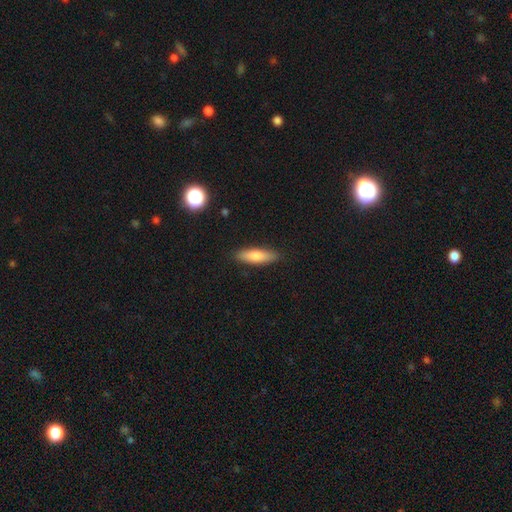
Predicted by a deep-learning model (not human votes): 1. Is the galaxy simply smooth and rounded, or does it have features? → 78% smooth, 16% featured or disk, 7% star or artifact.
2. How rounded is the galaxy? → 56% cigar-shaped, 42% in between, 2% round.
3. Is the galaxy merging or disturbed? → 88% none, 9% minor disturbance, 2% major disturbance, 1% merger.